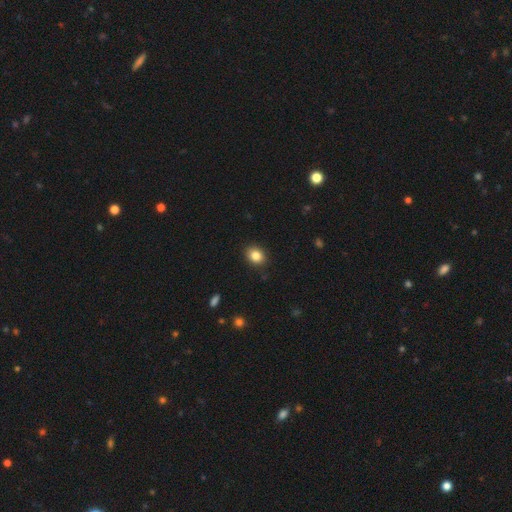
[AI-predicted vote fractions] Morphology: type=smooth (84%); roundness=round (50%); merging=none (88%).